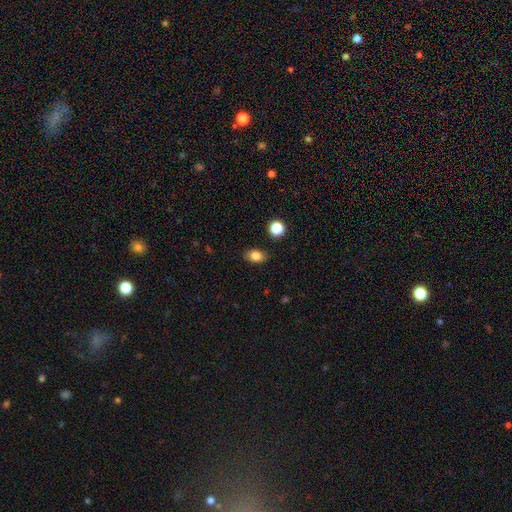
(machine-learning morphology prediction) Q: Smooth or featured?
A: smooth (81%); runner-up: star or artifact (10%)
Q: How rounded?
A: in between (80%); runner-up: round (18%)
Q: Merging?
A: none (86%); runner-up: minor disturbance (10%)